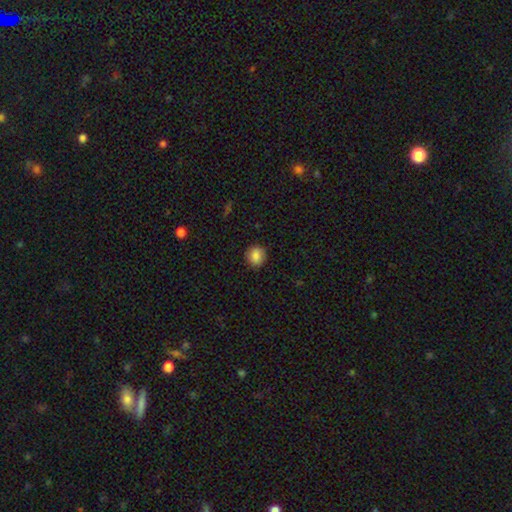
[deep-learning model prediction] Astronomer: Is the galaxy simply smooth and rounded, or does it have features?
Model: smooth — 85%.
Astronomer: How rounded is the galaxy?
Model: round — 84%.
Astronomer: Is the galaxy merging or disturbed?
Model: none — 89%.